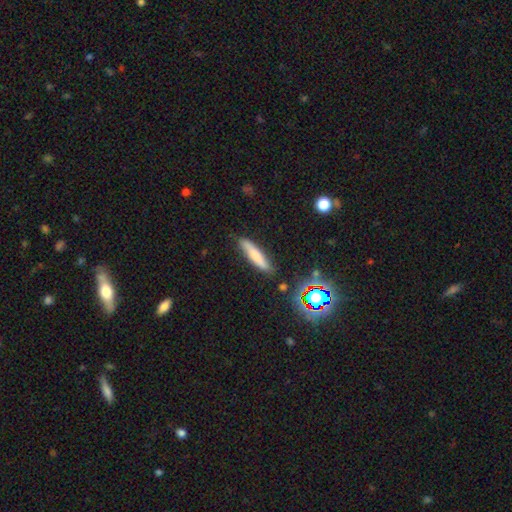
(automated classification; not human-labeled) Morphology: type=smooth (71%); roundness=cigar-shaped (84%); merging=none (82%).